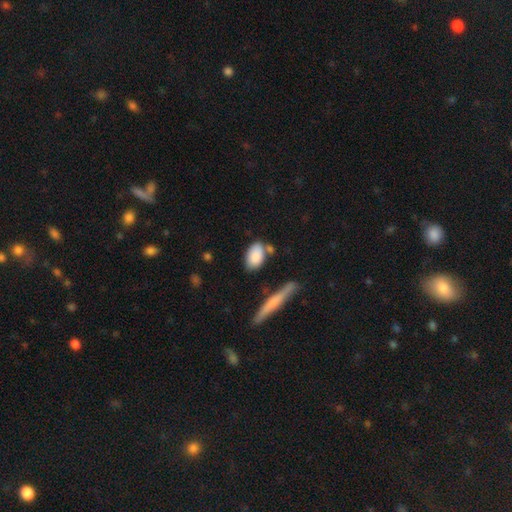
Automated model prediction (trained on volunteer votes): Smooth or featured: smooth — 85% (featured or disk — 9%)
How rounded: in between — 90% (round — 6%)
Merging: none — 65% (minor disturbance — 17%)